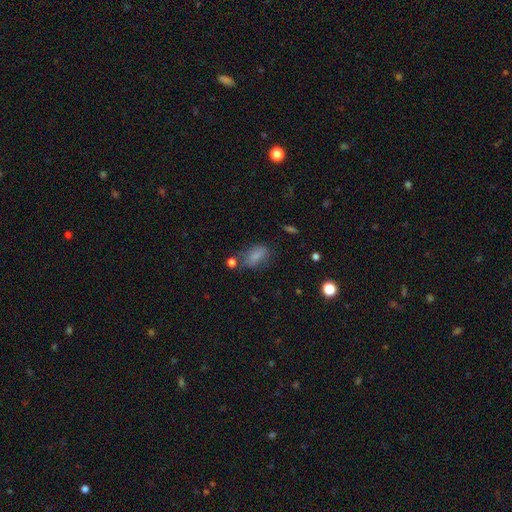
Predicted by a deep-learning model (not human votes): Smooth or featured?
  - smooth: 80% *
  - star or artifact: 11%
  - featured or disk: 9%
How rounded?
  - in between: 86% *
  - round: 8%
  - cigar-shaped: 6%
Merging?
  - none: 59% *
  - minor disturbance: 23%
  - major disturbance: 10%
  - merger: 8%